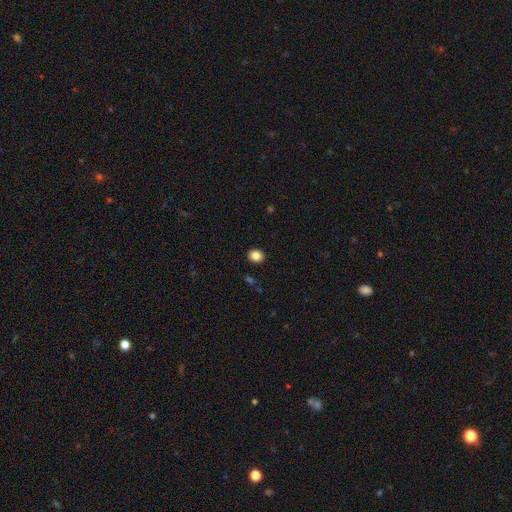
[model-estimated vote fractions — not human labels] Smooth or featured? Predicted: smooth (p=0.85). How rounded? Predicted: round (p=0.60). Merging? Predicted: none (p=0.91).